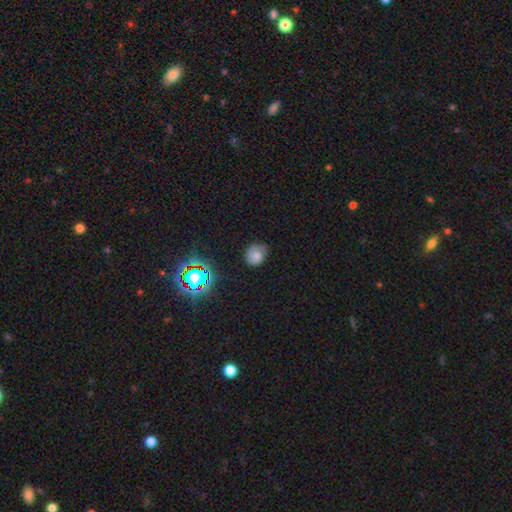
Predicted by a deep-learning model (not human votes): smooth-or-featured: smooth: 60% | featured or disk: 26% | star or artifact: 14%
  how-rounded: round: 67% | in between: 32% | cigar-shaped: 1%
  merging: none: 60% | minor disturbance: 28% | major disturbance: 10% | merger: 2%